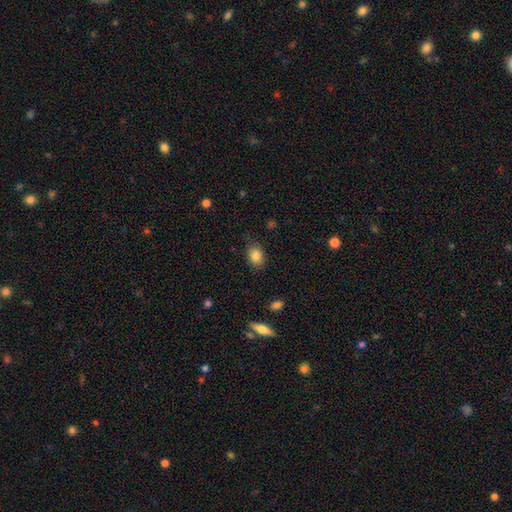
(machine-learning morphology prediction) Smooth or featured: smooth — 85% (star or artifact — 9%)
How rounded: in between — 65% (round — 34%)
Merging: none — 80% (minor disturbance — 15%)